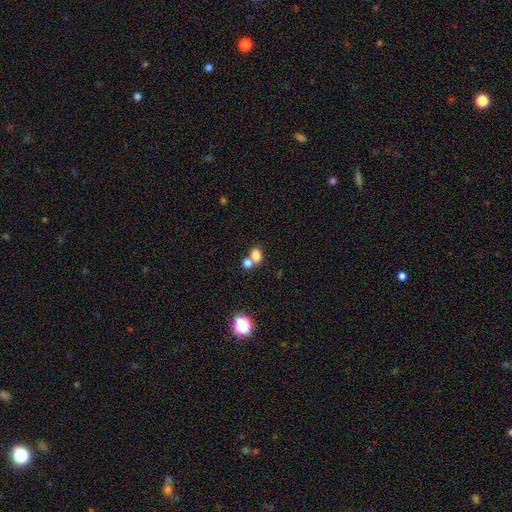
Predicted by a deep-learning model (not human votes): smooth 79%, star or artifact 13%, featured or disk 9%. Down the decision tree: how rounded — in between (58%); merging — merger (48%).